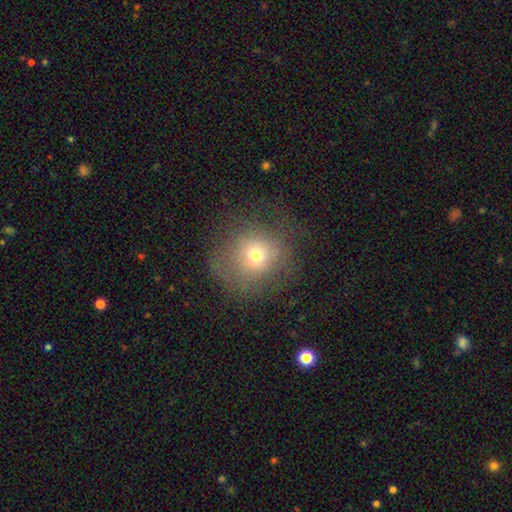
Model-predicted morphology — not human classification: Q: Smooth or featured?
A: smooth (63%); runner-up: featured or disk (19%)
Q: How rounded?
A: round (89%); runner-up: in between (10%)
Q: Merging?
A: none (71%); runner-up: minor disturbance (16%)